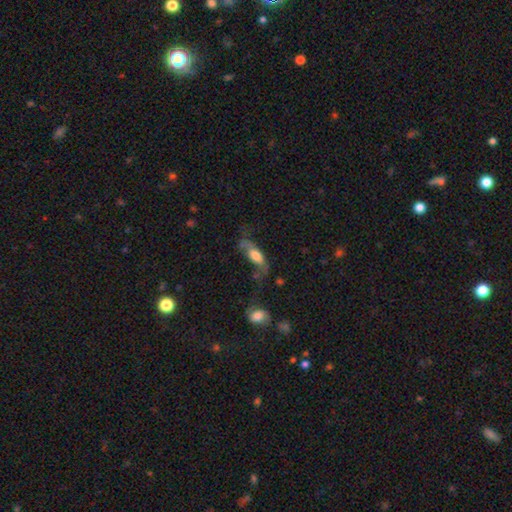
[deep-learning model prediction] Overall: smooth (55%; featured or disk 38%). How rounded: in between (67%; cigar-shaped 28%). Merging: none (35%; major disturbance 31%).